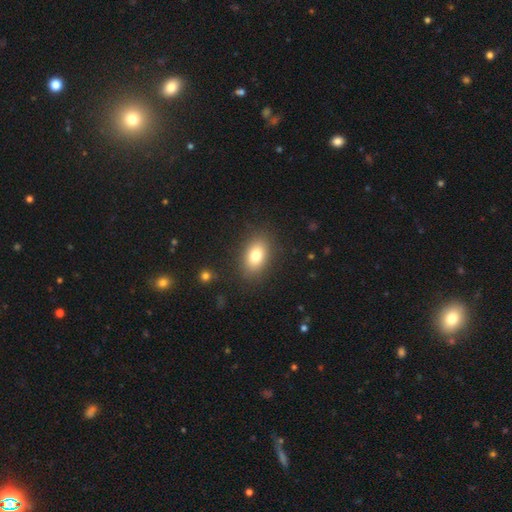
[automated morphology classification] This is likely a smooth galaxy (78%). How rounded: clearly in between (85%). Merging: clearly none (86%).